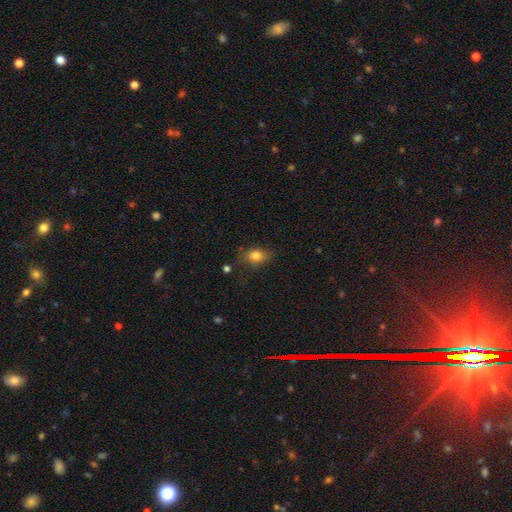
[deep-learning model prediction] Smooth or featured?
  - smooth: 79% *
  - featured or disk: 11%
  - star or artifact: 11%
How rounded?
  - in between: 65% *
  - round: 33%
  - cigar-shaped: 2%
Merging?
  - none: 68% *
  - minor disturbance: 22%
  - major disturbance: 7%
  - merger: 3%